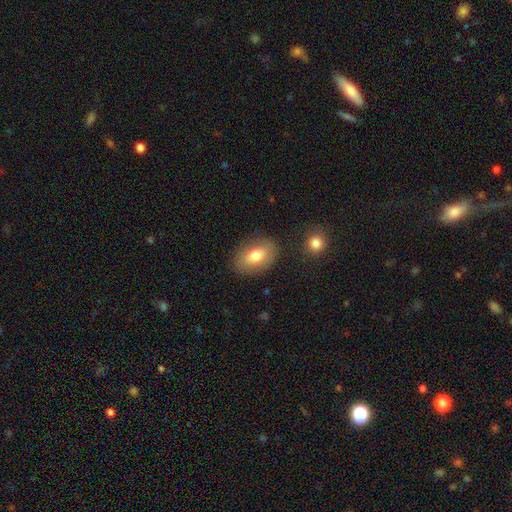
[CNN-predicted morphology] A smooth galaxy with no disk features (76%) that is in between round and cigar-shaped (87%).

Vote fractions:
- Smooth or featured? smooth: 76% / featured or disk: 17% / star or artifact: 7%
- How rounded? in between: 87% / round: 11% / cigar-shaped: 2%
- Merging? none: 82% / minor disturbance: 11% / major disturbance: 3% / merger: 3%